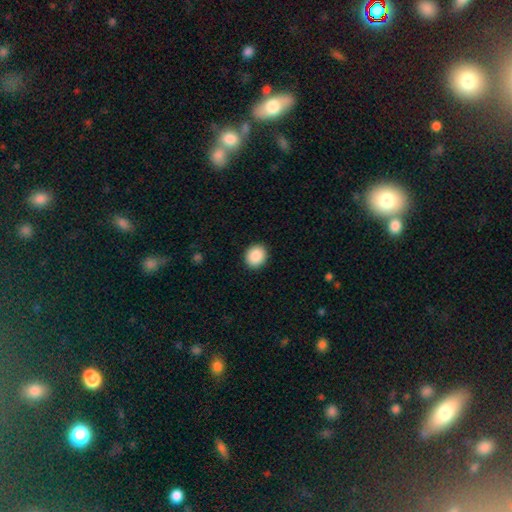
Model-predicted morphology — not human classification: Overall: smooth (89%). How rounded: round (78%). Merging: none (91%).